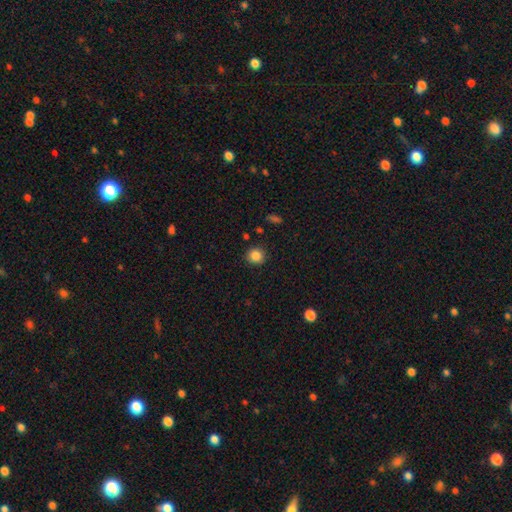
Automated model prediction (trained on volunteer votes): Q: Smooth or featured?
A: smooth (85%); runner-up: star or artifact (11%)
Q: How rounded?
A: round (90%); runner-up: in between (9%)
Q: Merging?
A: none (90%); runner-up: minor disturbance (7%)